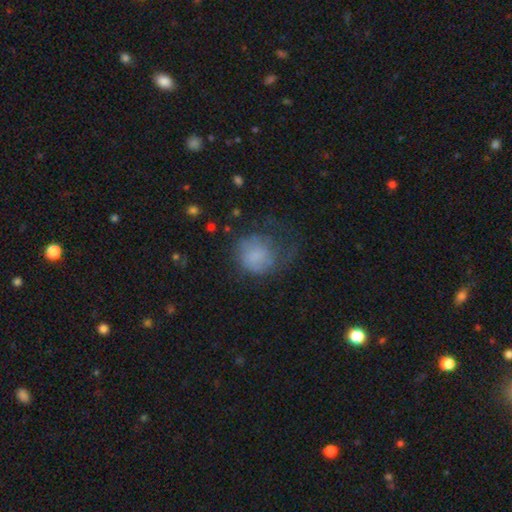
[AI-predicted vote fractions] smooth 67%, featured or disk 23%, star or artifact 10%. Down the decision tree: how rounded — round (72%); merging — major disturbance (41%).